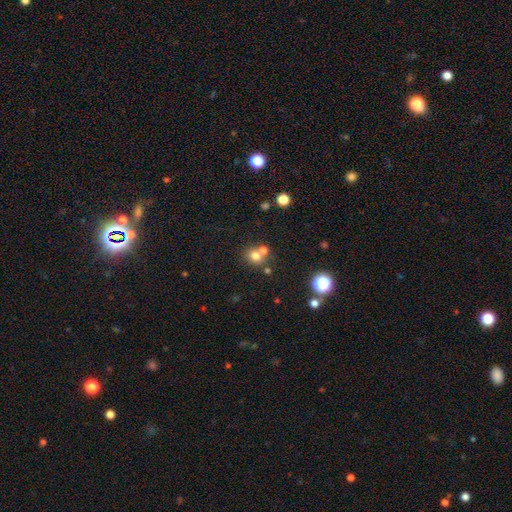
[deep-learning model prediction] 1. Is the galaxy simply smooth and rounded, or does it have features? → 73% smooth, 17% star or artifact, 10% featured or disk.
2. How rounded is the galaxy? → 79% round, 20% in between, 1% cigar-shaped.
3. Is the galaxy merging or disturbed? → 55% none, 33% merger, 8% minor disturbance, 3% major disturbance.